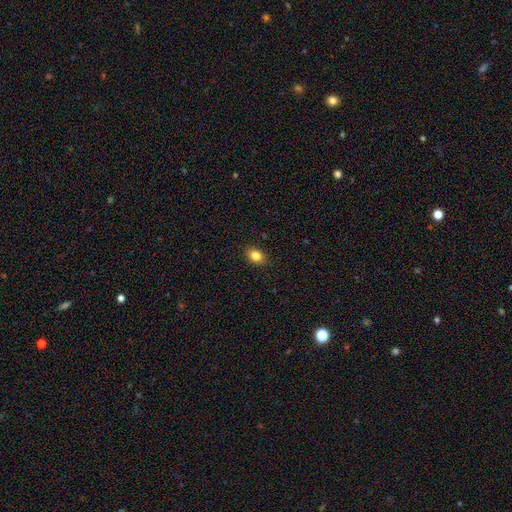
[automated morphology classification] smooth-or-featured: smooth: 84% | star or artifact: 10% | featured or disk: 6%
  how-rounded: in between: 68% | round: 31% | cigar-shaped: 1%
  merging: none: 89% | minor disturbance: 8% | major disturbance: 2% | merger: 1%